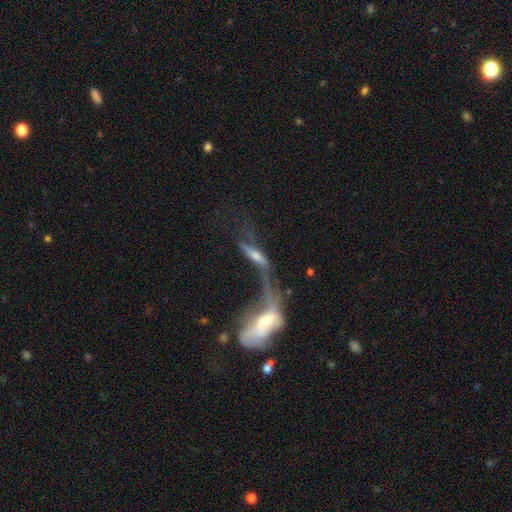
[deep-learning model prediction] A featured or disk galaxy (61%) viewed edge-on (52%). Merging: merger (70%).